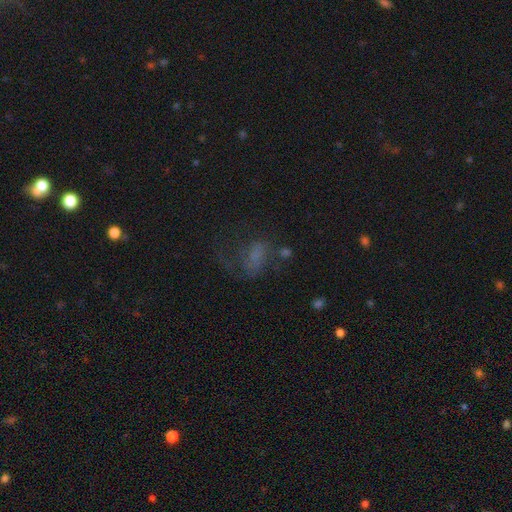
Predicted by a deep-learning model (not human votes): Q: Smooth or featured?
A: featured or disk (39%); runner-up: smooth (38%)
Q: Merging?
A: major disturbance (43%); runner-up: none (33%)